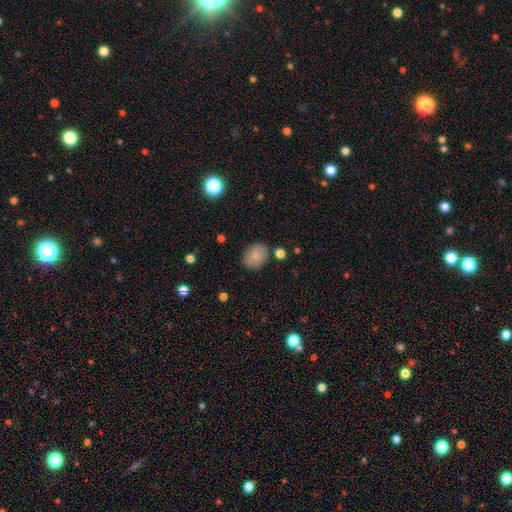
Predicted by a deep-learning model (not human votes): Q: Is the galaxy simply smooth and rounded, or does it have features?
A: smooth — 85%.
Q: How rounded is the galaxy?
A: in between — 60%.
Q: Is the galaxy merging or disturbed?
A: none — 81%.